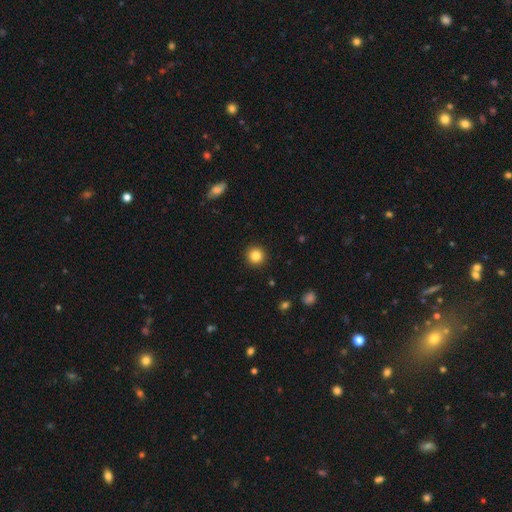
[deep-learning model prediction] This is clearly a smooth galaxy (84%). How rounded: clearly round (95%). Merging: clearly none (93%).